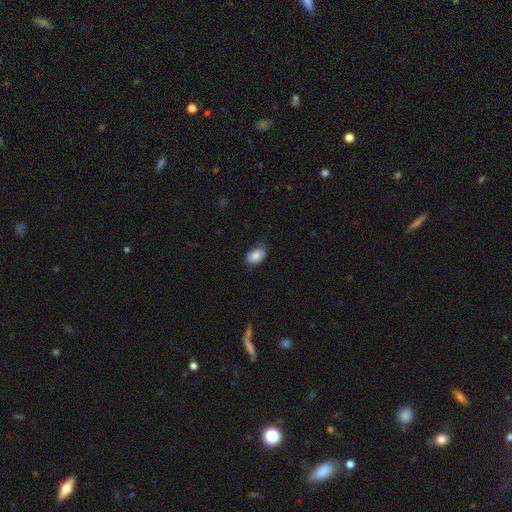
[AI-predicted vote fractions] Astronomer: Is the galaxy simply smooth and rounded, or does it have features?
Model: smooth — 86%.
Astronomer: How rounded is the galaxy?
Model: in between — 85%.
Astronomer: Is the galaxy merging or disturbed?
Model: none — 70%.